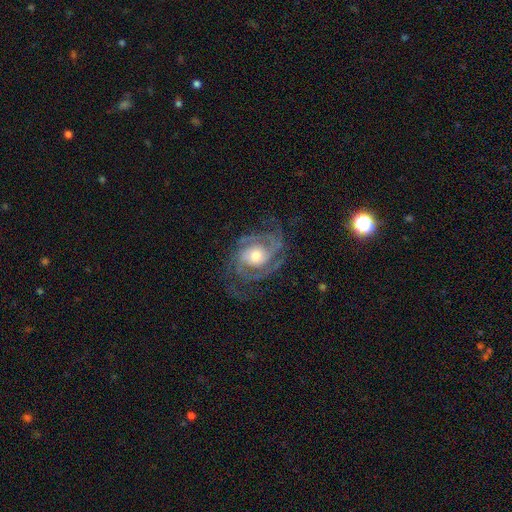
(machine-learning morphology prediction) A featured or disk galaxy (88%) with no bar (70%), 3 (32%) tight (47%) spiral arms (96%) and a moderate central bulge (60%).

Vote fractions:
- Smooth or featured? featured or disk: 88% / smooth: 7% / star or artifact: 5%
- Edge-on disk? no: 97% / yes: 3%
- Bar? no: 70% / weak: 24% / strong: 6%
- Spiral arms? yes: 96% / no: 4%
- Spiral winding? tight: 47% / medium: 43% / loose: 10%
- Spiral arm count? 3: 32% / 2: 31% / can't tell: 17% / 4: 9% / 1: 6% / more than 4: 6%
- Bulge size? moderate: 60% / large: 27% / small: 10% / dominant: 2% / none: 2%
- Merging? none: 67% / minor disturbance: 18% / major disturbance: 14% / merger: 1%